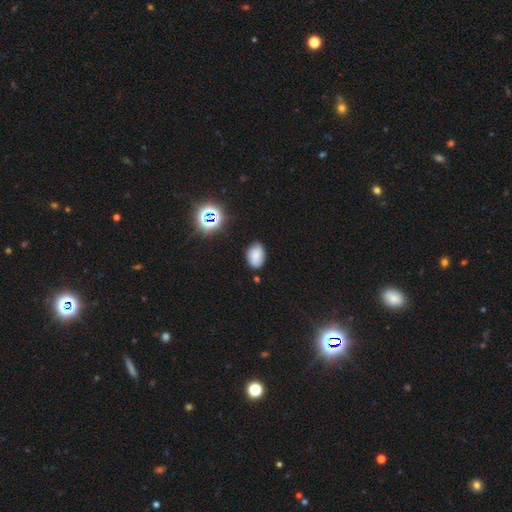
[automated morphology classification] smooth_or_featured: smooth (p=0.81) [alt: star or artifact p=0.13]
how_rounded: in between (p=0.85) [alt: round p=0.14]
merging: none (p=0.78) [alt: minor disturbance p=0.16]